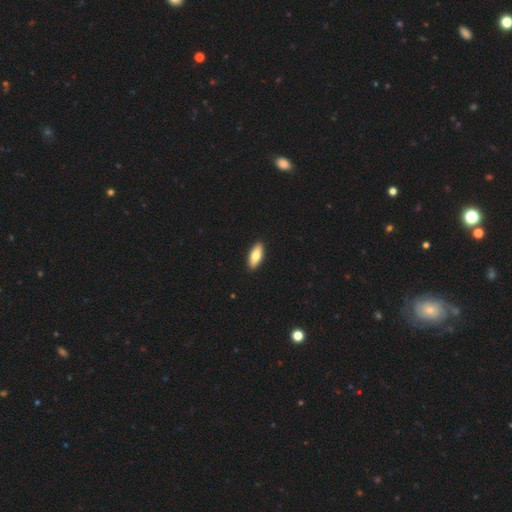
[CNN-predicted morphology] Overall: smooth (76%). How rounded: in between (76%). Merging: none (92%).